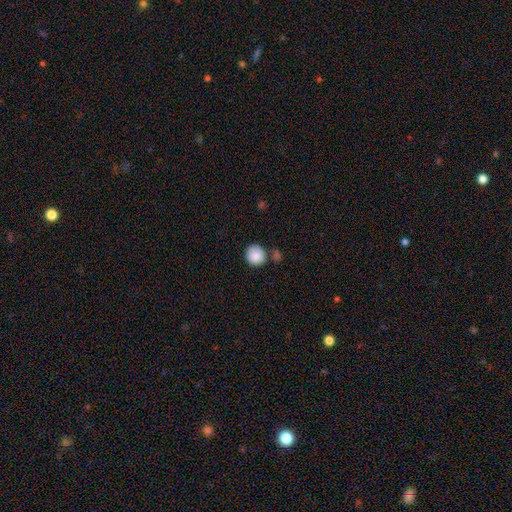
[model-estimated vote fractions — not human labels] Smooth or featured: smooth — 87% (star or artifact — 8%)
How rounded: round — 87% (in between — 12%)
Merging: none — 75% (minor disturbance — 13%)